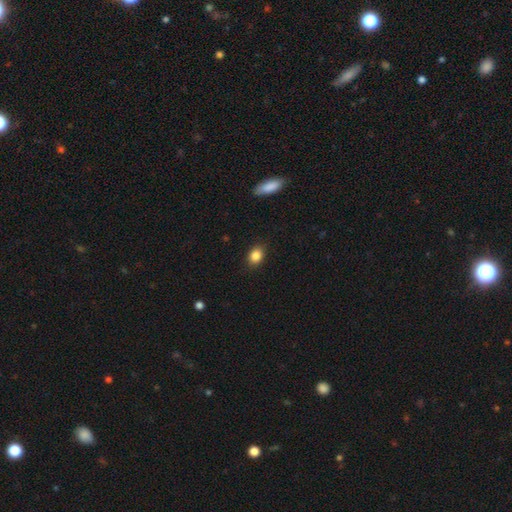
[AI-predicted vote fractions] Morphology: type=smooth (86%); roundness=in between (63%); merging=none (86%).